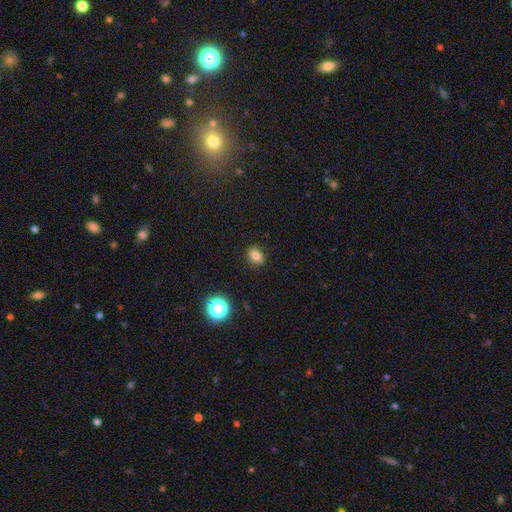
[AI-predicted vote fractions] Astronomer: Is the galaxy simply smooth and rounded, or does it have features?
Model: smooth — 79%.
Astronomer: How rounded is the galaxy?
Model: in between — 64%.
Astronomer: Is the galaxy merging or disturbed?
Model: none — 88%.